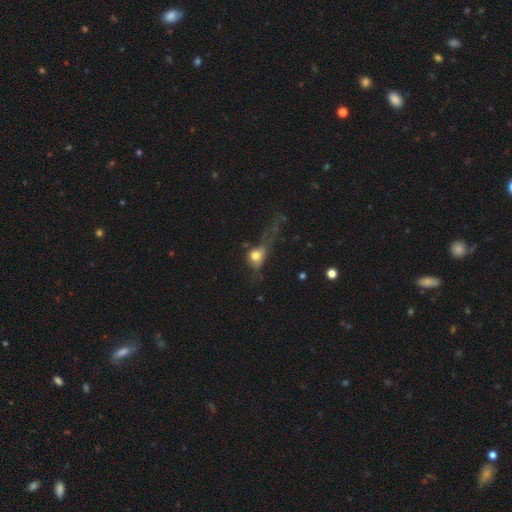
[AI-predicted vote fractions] Morphology: type=smooth (65%); roundness=round (51%); merging=major disturbance (51%).